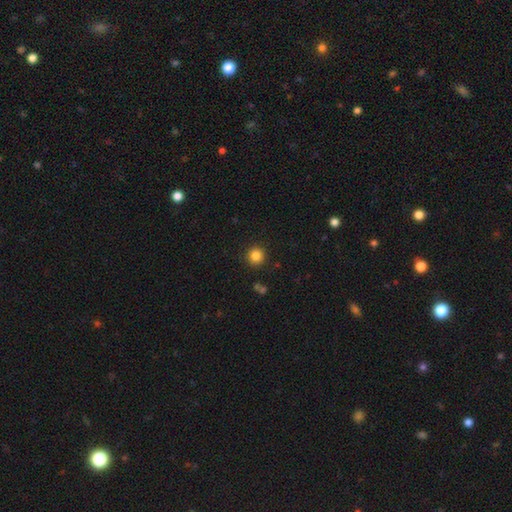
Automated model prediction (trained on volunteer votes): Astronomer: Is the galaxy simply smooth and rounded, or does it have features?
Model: smooth — 85%.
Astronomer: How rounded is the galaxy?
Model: round — 95%.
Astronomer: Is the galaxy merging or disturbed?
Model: none — 91%.